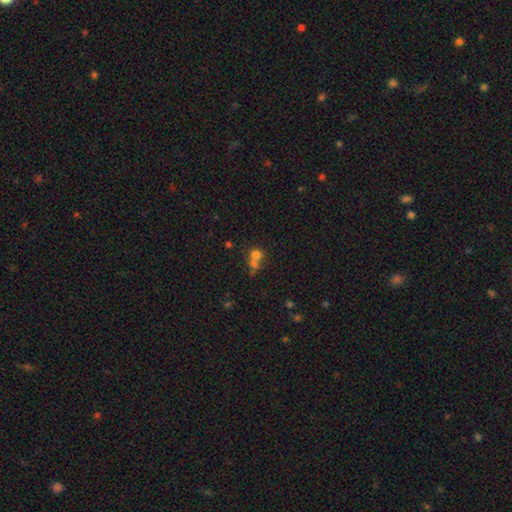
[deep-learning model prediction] Smooth or featured? Predicted: smooth (p=0.69). How rounded? Predicted: round (p=0.77). Merging? Predicted: merger (p=0.53).